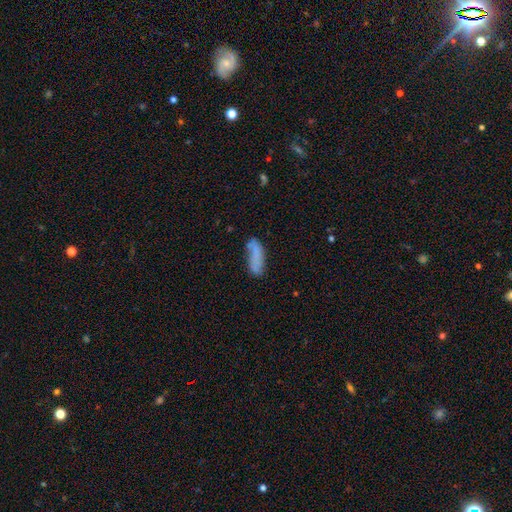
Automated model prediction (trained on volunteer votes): Smooth or featured: smooth — 63% (featured or disk — 28%)
How rounded: in between — 62% (cigar-shaped — 36%)
Merging: none — 51% (minor disturbance — 28%)